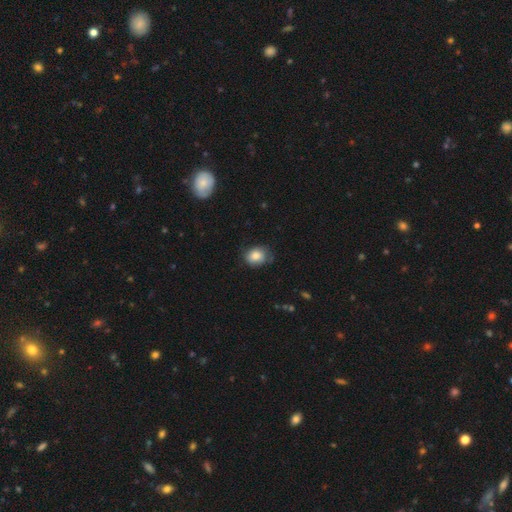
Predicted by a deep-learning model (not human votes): Smooth or featured? smooth (80%)
How rounded? round (53%)
Merging? none (64%)